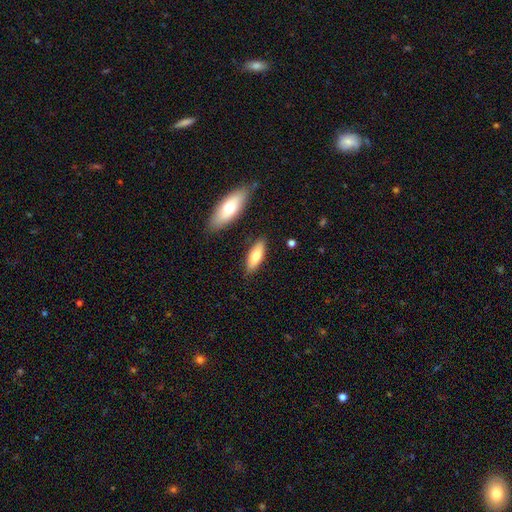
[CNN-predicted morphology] This appears to be a smooth galaxy with no disk features (75%) that is in between round and cigar-shaped (62%). Merging: none (82%).